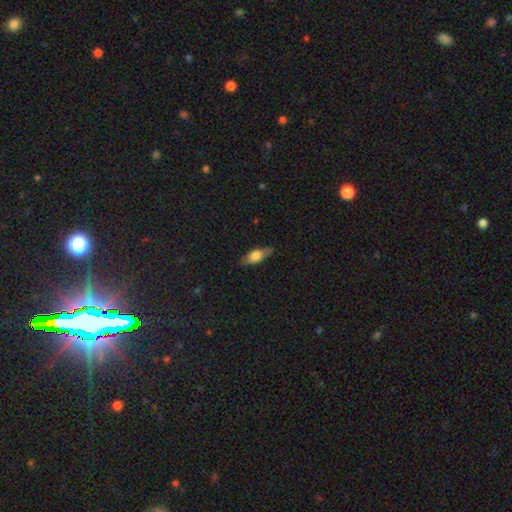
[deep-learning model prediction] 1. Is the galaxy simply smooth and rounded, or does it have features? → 60% smooth, 33% featured or disk, 7% star or artifact.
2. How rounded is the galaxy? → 67% in between, 29% cigar-shaped, 4% round.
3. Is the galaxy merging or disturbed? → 80% none, 15% minor disturbance, 3% major disturbance, 1% merger.